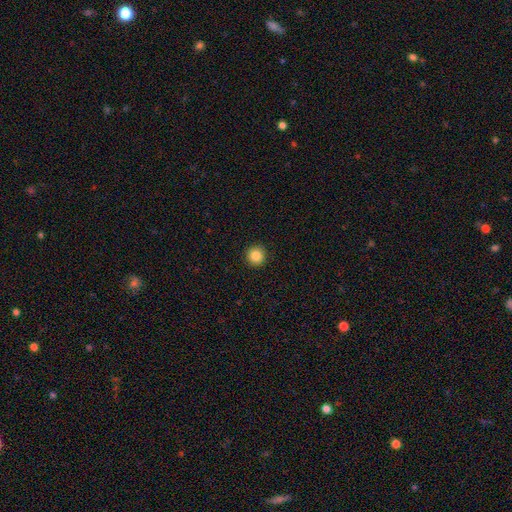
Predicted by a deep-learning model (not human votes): Overall: smooth (86%). How rounded: round (96%). Merging: none (93%).